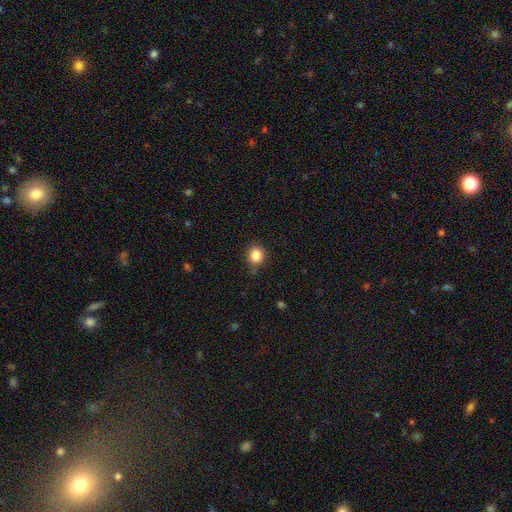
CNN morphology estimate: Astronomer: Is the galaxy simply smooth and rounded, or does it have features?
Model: smooth — 85%.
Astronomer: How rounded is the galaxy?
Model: round — 71%.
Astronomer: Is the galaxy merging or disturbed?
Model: none — 82%.